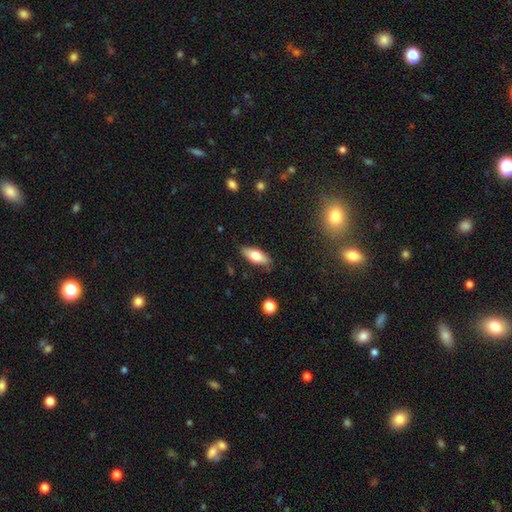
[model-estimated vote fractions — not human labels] Overall: smooth (73%). How rounded: in between (76%). Merging: none (83%).